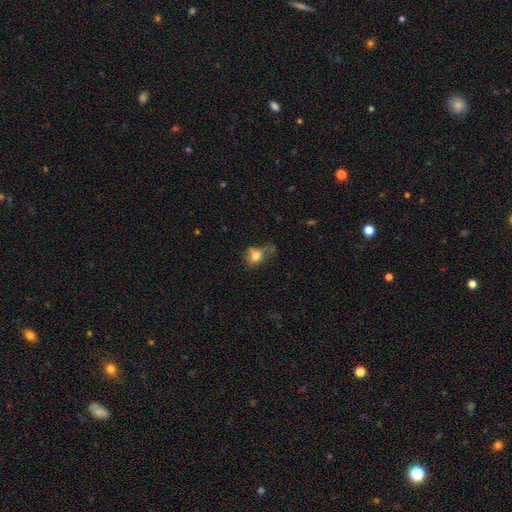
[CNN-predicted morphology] smooth_or_featured: smooth (p=0.71) [alt: featured or disk p=0.17]
how_rounded: in between (p=0.54) [alt: round p=0.45]
merging: none (p=0.33) [alt: minor disturbance p=0.31]